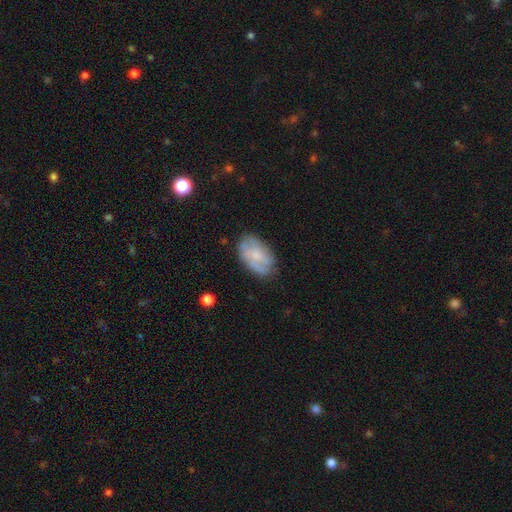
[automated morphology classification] featured or disk 47%, smooth 46%, star or artifact 7%. Down the decision tree: merging — none (67%).